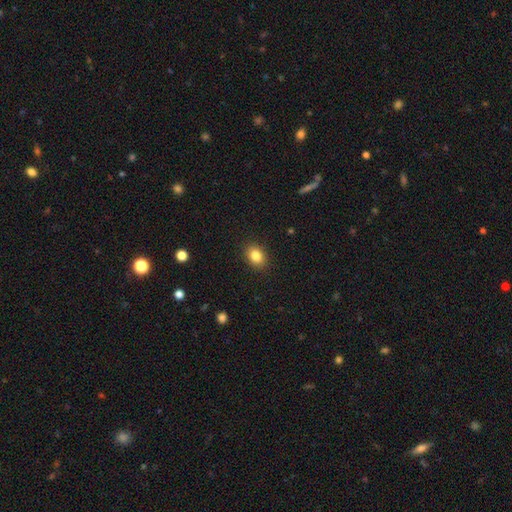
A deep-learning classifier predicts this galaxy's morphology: Smooth or featured: smooth — 84% (star or artifact — 9%)
How rounded: in between — 62% (round — 37%)
Merging: none — 89% (minor disturbance — 8%)